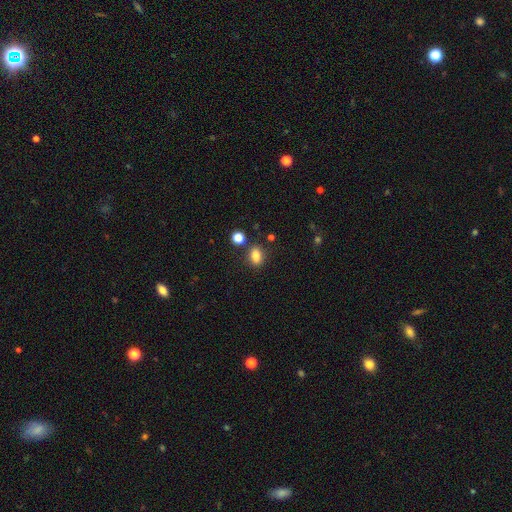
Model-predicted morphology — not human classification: A smooth galaxy with no disk features (83%) that is in between round and cigar-shaped (78%).

Vote fractions:
- Smooth or featured? smooth: 83% / star or artifact: 11% / featured or disk: 6%
- How rounded? in between: 78% / round: 20% / cigar-shaped: 3%
- Merging? none: 79% / minor disturbance: 11% / merger: 7% / major disturbance: 3%